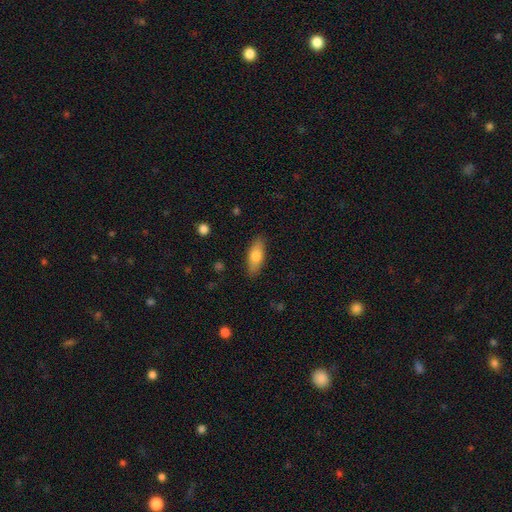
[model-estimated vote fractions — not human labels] This appears to be a smooth galaxy with no disk features (74%) that is in between round and cigar-shaped (74%). Merging: none (87%).